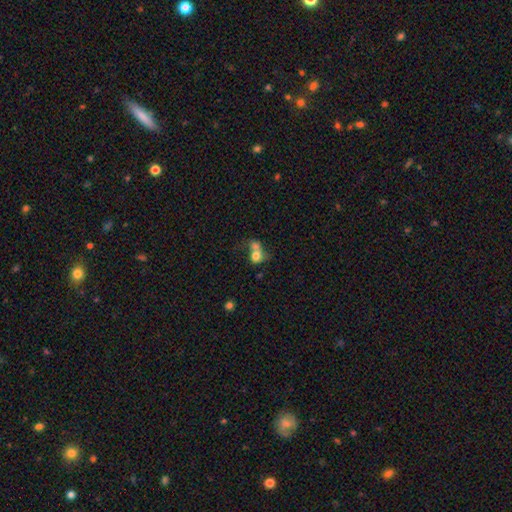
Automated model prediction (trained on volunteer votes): Smooth or featured? smooth (70%)
How rounded? round (61%)
Merging? merger (67%)